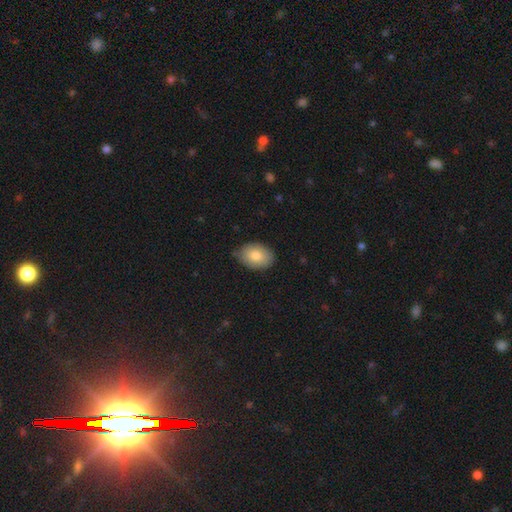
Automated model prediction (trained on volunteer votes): This appears to be a smooth galaxy with no disk features (82%) that is in between round and cigar-shaped (79%). Merging: none (78%).